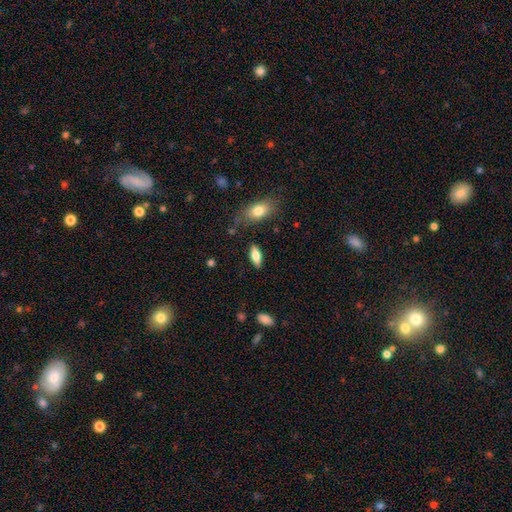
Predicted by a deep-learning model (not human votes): smooth_or_featured: smooth (p=0.72) [alt: featured or disk p=0.21]
how_rounded: in between (p=0.76) [alt: cigar-shaped p=0.21]
merging: none (p=0.83) [alt: minor disturbance p=0.11]